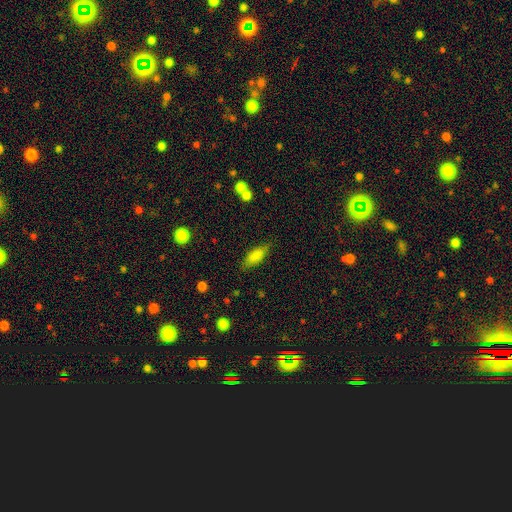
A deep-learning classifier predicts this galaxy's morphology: smooth 81%, featured or disk 11%, star or artifact 8%. Down the decision tree: how rounded — in between (68%); merging — none (77%).